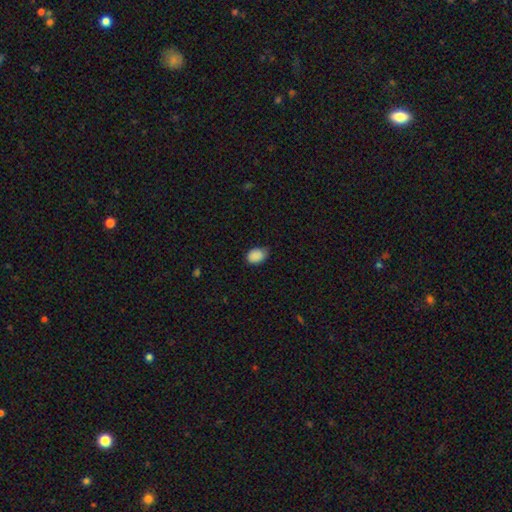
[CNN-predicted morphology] smooth 89%, star or artifact 8%, featured or disk 4%. Down the decision tree: how rounded — in between (75%); merging — none (67%).